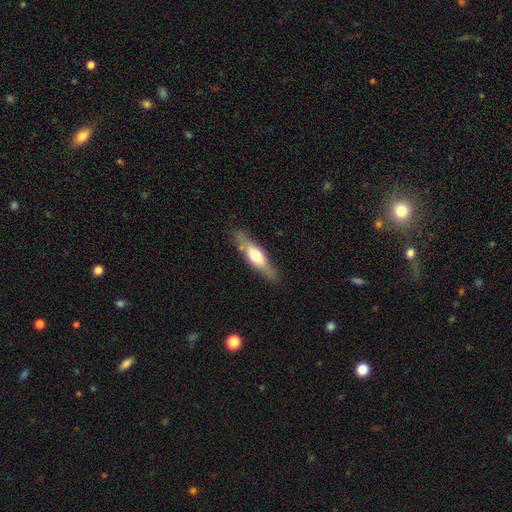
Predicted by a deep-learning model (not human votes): Overall: featured or disk (50%; smooth 44%). Edge-on disk: yes (84%). Merging: none (81%).